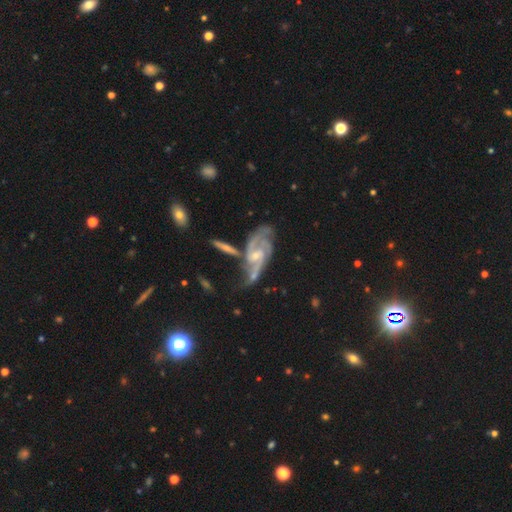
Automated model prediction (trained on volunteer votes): Smooth or featured: featured or disk — 87% (star or artifact — 6%)
Edge-on disk: no — 95% (yes — 5%)
Bar: weak — 45% (no — 41%)
Spiral arms: yes — 95% (no — 5%)
Spiral winding: medium — 49% (tight — 29%)
Spiral arm count: 2 — 62% (3 — 15%)
Bulge size: small — 56% (moderate — 35%)
Merging: none — 44% (minor disturbance — 22%)